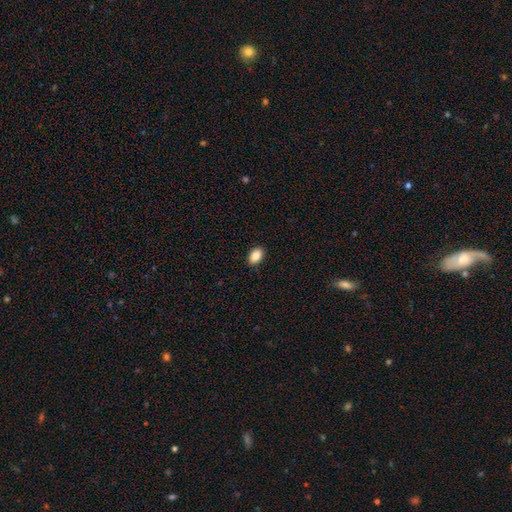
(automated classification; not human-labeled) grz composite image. It shows a smooth galaxy with no disk features (87%) that is in between round and cigar-shaped (83%). Merging: none (90%).